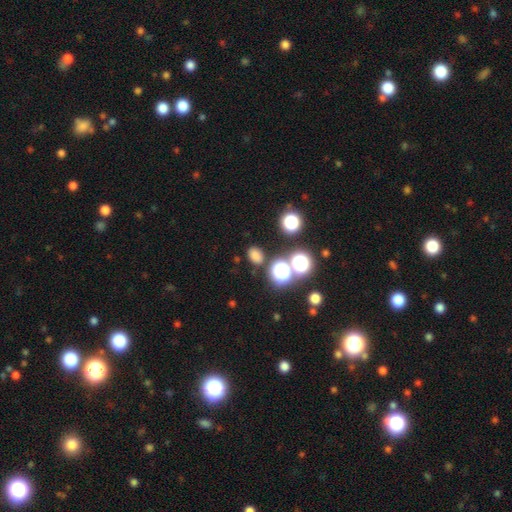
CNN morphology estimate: A smooth galaxy with no disk features (71%) that is in between round and cigar-shaped (58%).

Vote fractions:
- Smooth or featured? smooth: 71% / star or artifact: 23% / featured or disk: 6%
- How rounded? in between: 58% / round: 41% / cigar-shaped: 1%
- Merging? none: 80% / minor disturbance: 10% / merger: 6% / major disturbance: 4%